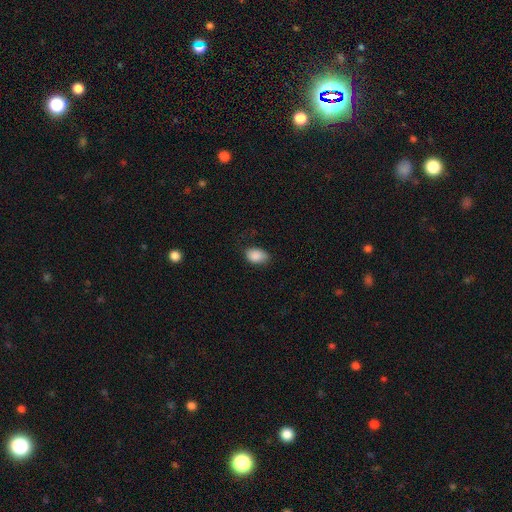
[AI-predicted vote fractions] The model was most divided on "merging": none: 70%, minor disturbance: 24%, major disturbance: 6%, merger: 1%. More confident: smooth or featured — smooth (88%); how rounded — in between (86%).